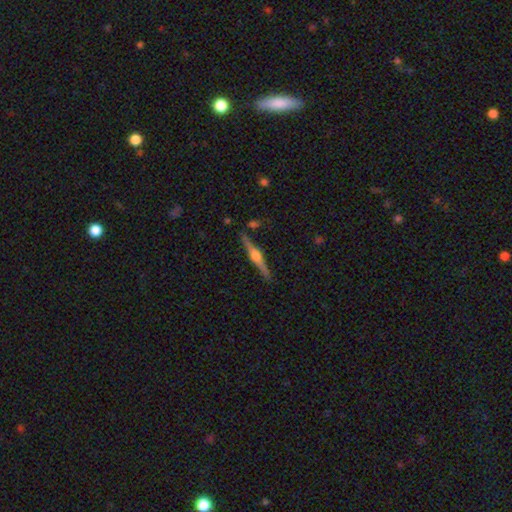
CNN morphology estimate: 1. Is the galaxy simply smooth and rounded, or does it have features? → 78% featured or disk, 17% smooth, 6% star or artifact.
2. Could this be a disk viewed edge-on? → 98% yes, 2% no.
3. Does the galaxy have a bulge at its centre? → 88% rounded, 8% boxy, 3% none.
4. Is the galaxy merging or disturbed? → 88% none, 8% minor disturbance, 2% merger, 2% major disturbance.